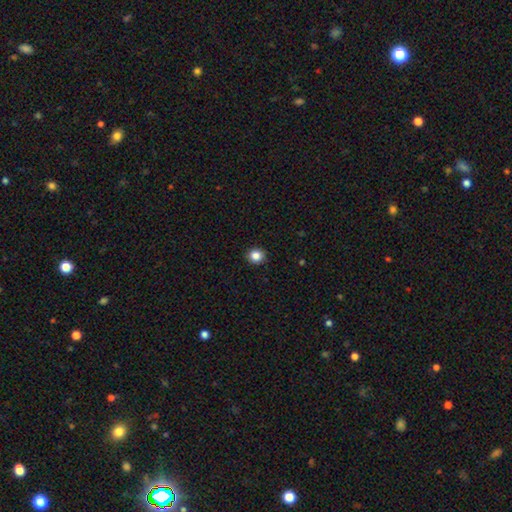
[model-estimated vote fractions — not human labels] Smooth or featured? Predicted: smooth (p=0.85). How rounded? Predicted: round (p=0.88). Merging? Predicted: none (p=0.93).